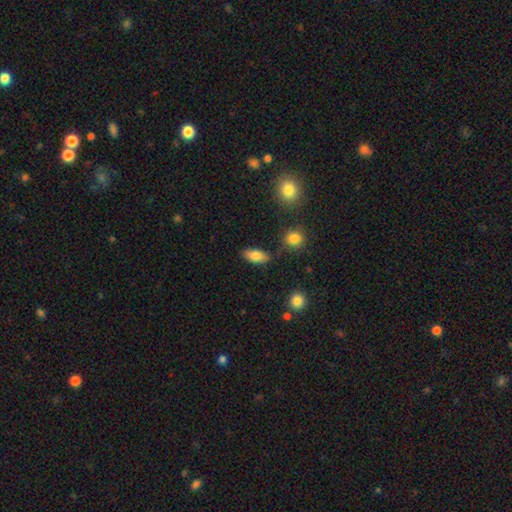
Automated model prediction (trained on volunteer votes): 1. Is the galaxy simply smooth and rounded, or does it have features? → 79% smooth, 12% featured or disk, 8% star or artifact.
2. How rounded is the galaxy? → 87% in between, 8% cigar-shaped, 4% round.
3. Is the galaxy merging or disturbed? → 80% none, 12% minor disturbance, 4% merger, 3% major disturbance.